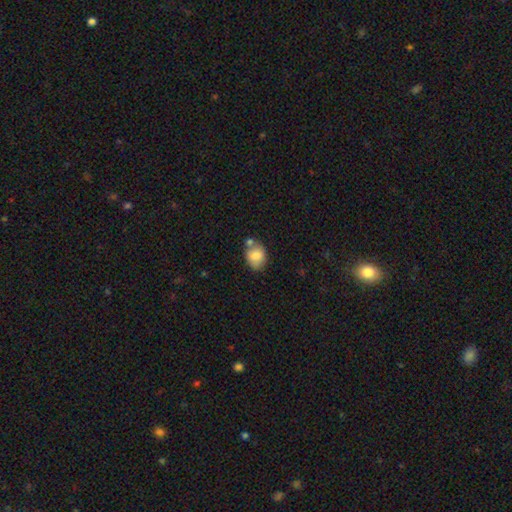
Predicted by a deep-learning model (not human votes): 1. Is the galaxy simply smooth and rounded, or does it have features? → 81% smooth, 11% featured or disk, 8% star or artifact.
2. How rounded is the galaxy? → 60% in between, 39% round, 1% cigar-shaped.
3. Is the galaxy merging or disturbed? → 56% none, 20% merger, 19% minor disturbance, 5% major disturbance.